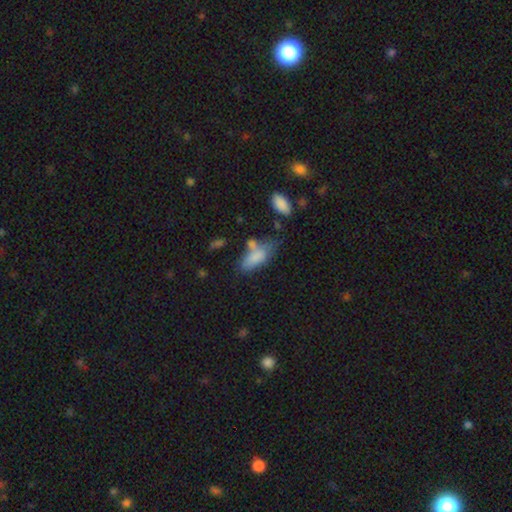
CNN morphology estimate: A smooth galaxy with no disk features (77%) that is in between round and cigar-shaped (79%). Merging: none (37%).